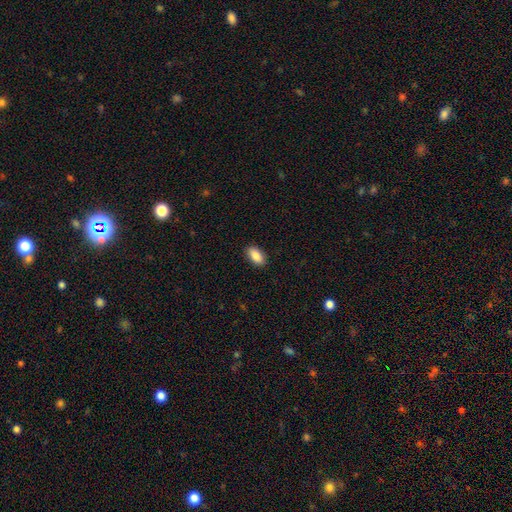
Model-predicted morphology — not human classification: smooth_or_featured: smooth (p=0.88) [alt: star or artifact p=0.07]
how_rounded: in between (p=0.92) [alt: cigar-shaped p=0.05]
merging: none (p=0.89) [alt: minor disturbance p=0.08]